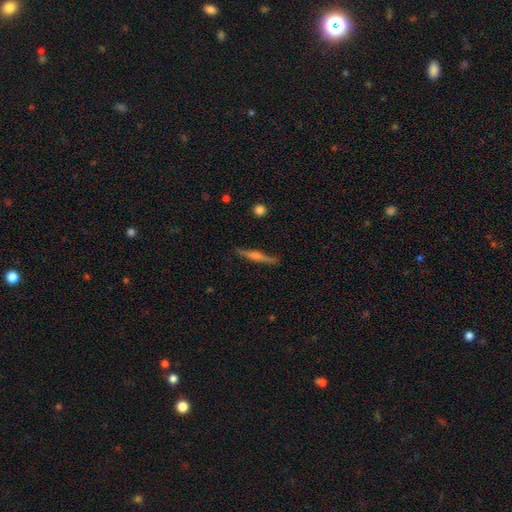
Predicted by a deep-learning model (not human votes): Smooth or featured? Predicted: featured or disk (p=0.69). Edge-on disk? Predicted: yes (p=0.97). Edge-on bulge? Predicted: rounded (p=0.71). Merging? Predicted: none (p=0.87).